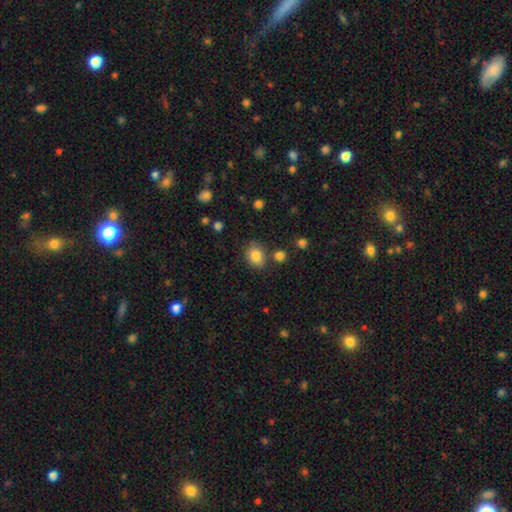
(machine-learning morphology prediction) type=smooth (83%); roundness=in between (54%); merging=none (76%).